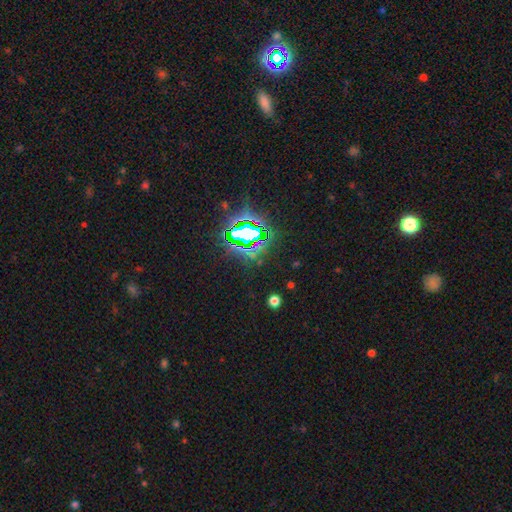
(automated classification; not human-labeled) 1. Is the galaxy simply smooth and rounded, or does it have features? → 83% star or artifact, 10% smooth, 8% featured or disk.